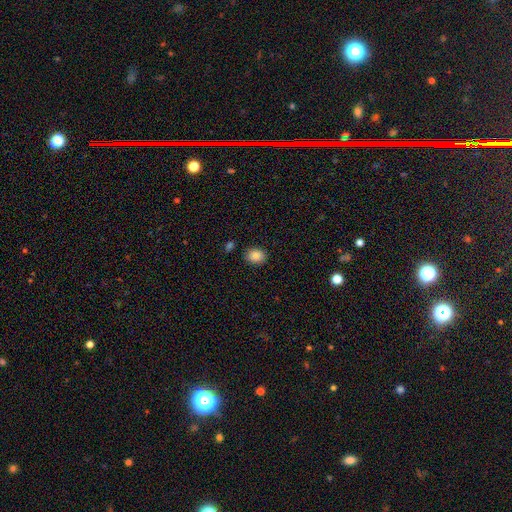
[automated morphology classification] Smooth or featured? Predicted: smooth (p=0.87). How rounded? Predicted: in between (p=0.57). Merging? Predicted: none (p=0.86).